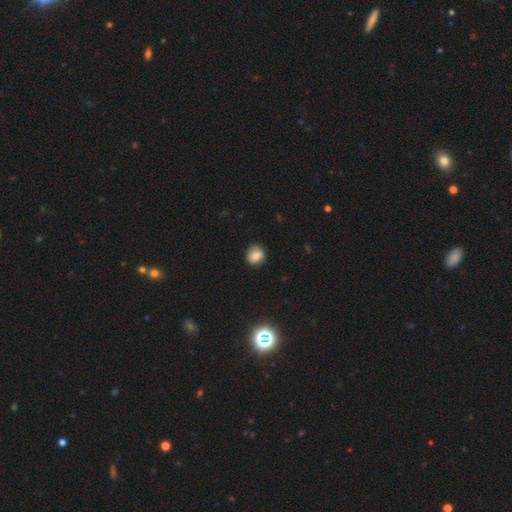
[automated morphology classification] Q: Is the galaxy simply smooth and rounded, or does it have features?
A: smooth — 79%.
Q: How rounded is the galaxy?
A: round — 79%.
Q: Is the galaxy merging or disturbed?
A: none — 84%.